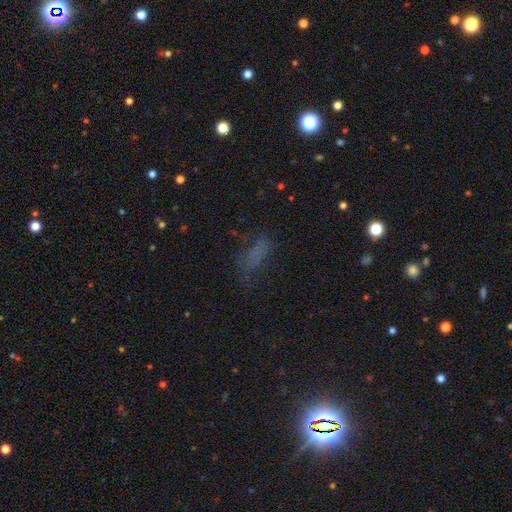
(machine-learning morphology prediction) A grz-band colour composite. It shows a smooth galaxy with no disk features (55%) that is in between round and cigar-shaped (67%). Merging: none (50%).